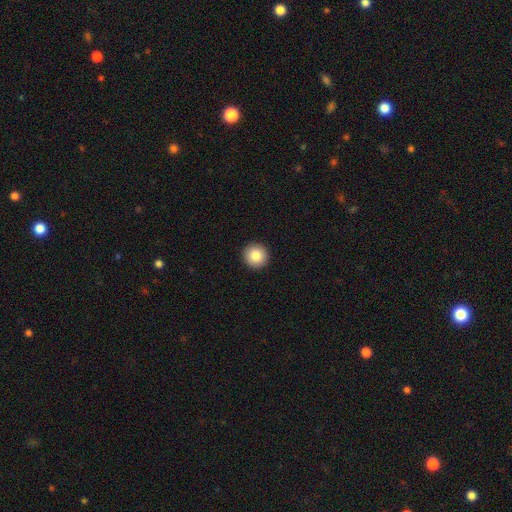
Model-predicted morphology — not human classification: Smooth or featured? Predicted: smooth (p=0.84). How rounded? Predicted: round (p=0.96). Merging? Predicted: none (p=0.94).